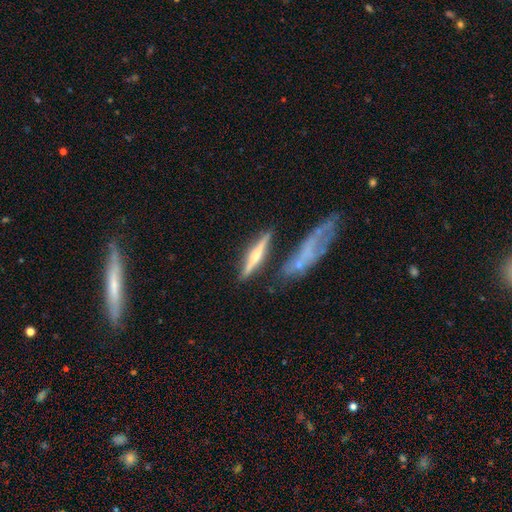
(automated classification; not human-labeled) Smooth or featured?
  - featured or disk: 63% *
  - smooth: 31%
  - star or artifact: 6%
Edge-on disk?
  - yes: 95% *
  - no: 5%
Edge-on bulge?
  - rounded: 81% *
  - none: 11%
  - boxy: 8%
Merging?
  - none: 73% *
  - minor disturbance: 14%
  - merger: 8%
  - major disturbance: 5%